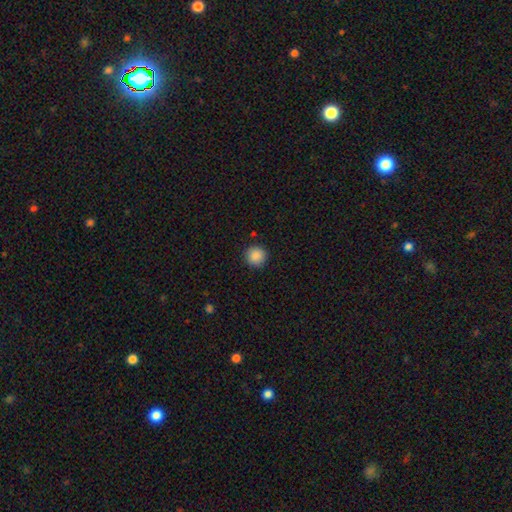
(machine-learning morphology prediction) Smooth or featured? Predicted: smooth (p=0.87). How rounded? Predicted: round (p=0.94). Merging? Predicted: none (p=0.91).